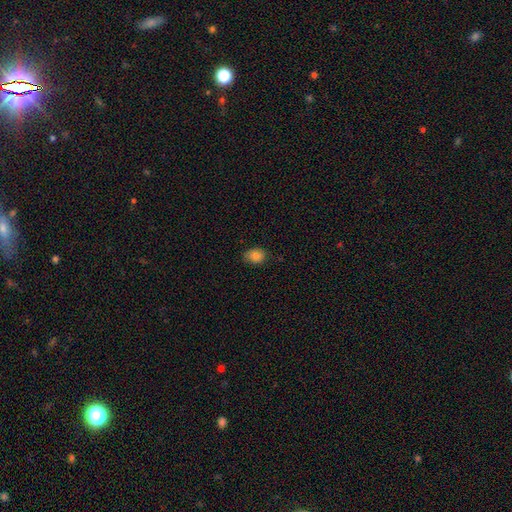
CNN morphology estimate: Smooth or featured? smooth (85%)
How rounded? in between (56%)
Merging? none (79%)